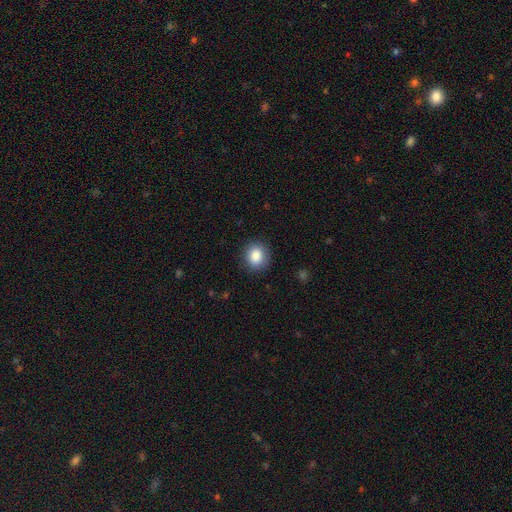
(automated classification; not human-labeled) This is clearly a smooth galaxy (86%). How rounded: likely round (73%). Merging: clearly none (88%).